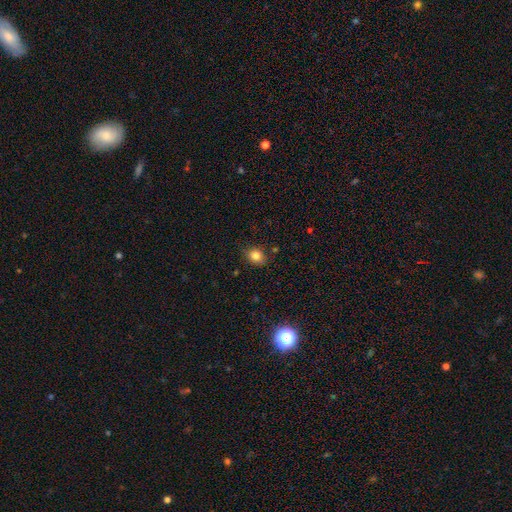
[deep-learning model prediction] Smooth or featured? smooth (82%)
How rounded? in between (50%)
Merging? none (82%)